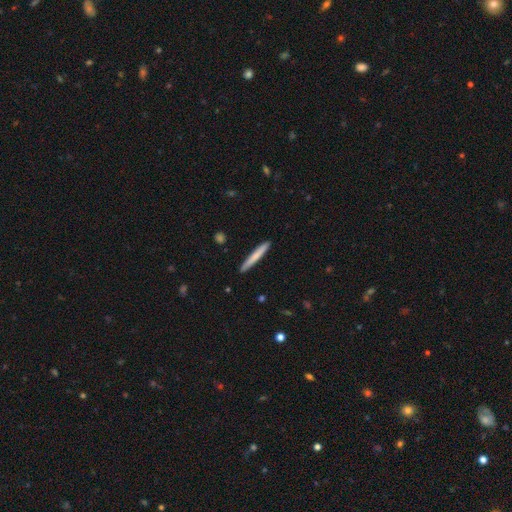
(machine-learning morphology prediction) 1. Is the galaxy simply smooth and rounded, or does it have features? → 71% smooth, 24% featured or disk, 5% star or artifact.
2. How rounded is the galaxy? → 96% cigar-shaped, 2% in between, 1% round.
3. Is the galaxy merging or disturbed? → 91% none, 7% minor disturbance, 1% major disturbance, 1% merger.